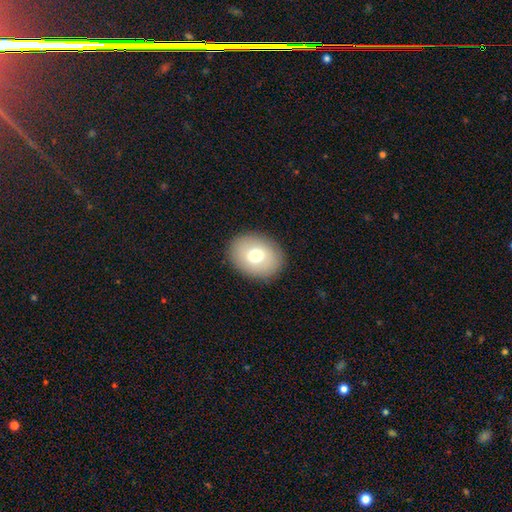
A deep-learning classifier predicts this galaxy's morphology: This appears to be a smooth galaxy with no disk features (73%) that is in between round and cigar-shaped (60%). Merging: none (89%).